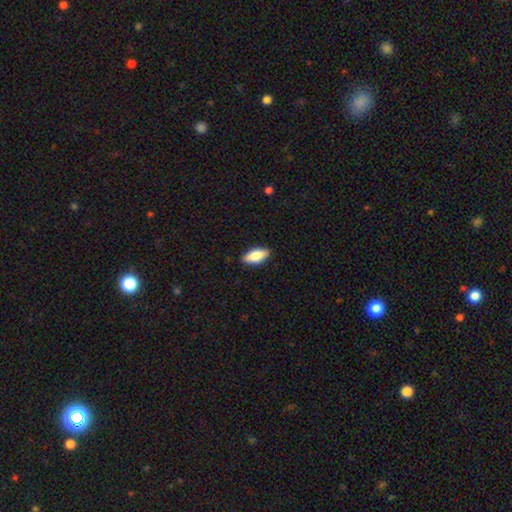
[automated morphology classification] smooth_or_featured: smooth (p=0.79) [alt: featured or disk p=0.15]
how_rounded: in between (p=0.84) [alt: cigar-shaped p=0.14]
merging: none (p=0.89) [alt: minor disturbance p=0.09]